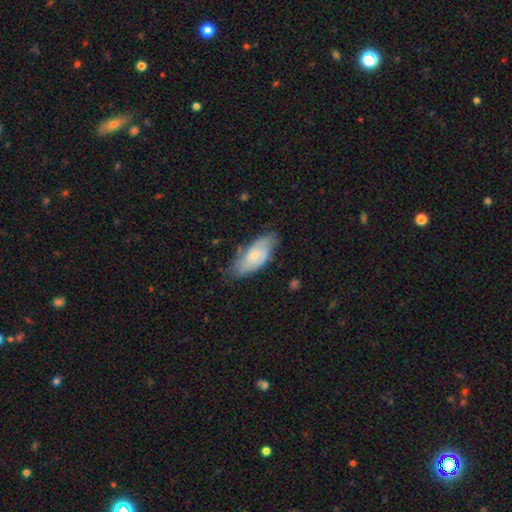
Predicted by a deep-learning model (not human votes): Q: Smooth or featured?
A: smooth (48%); runner-up: featured or disk (46%)
Q: Merging?
A: none (62%); runner-up: minor disturbance (29%)